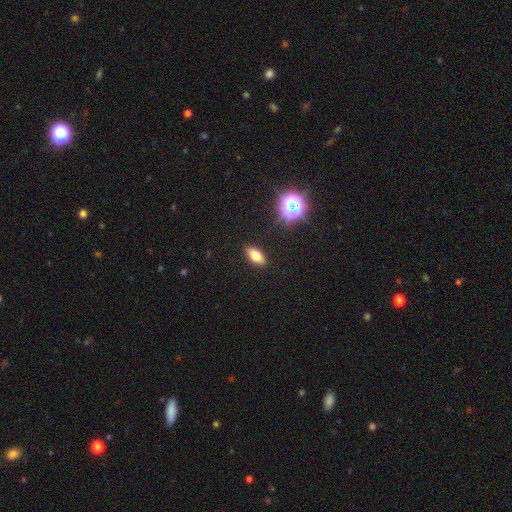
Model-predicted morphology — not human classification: Smooth or featured? smooth (66%)
How rounded? in between (79%)
Merging? none (89%)